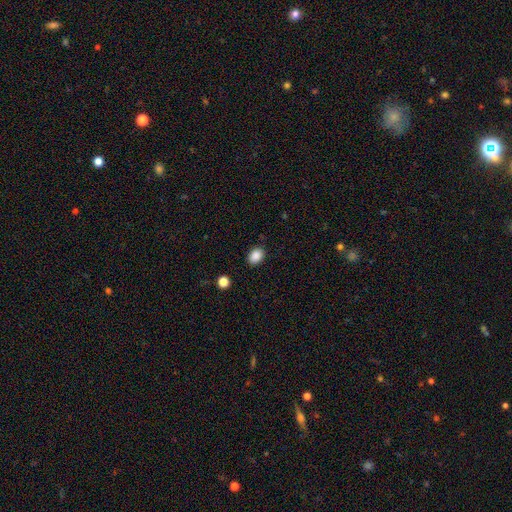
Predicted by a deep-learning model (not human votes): This is clearly a smooth galaxy (88%). How rounded: likely in between (72%). Merging: clearly none (87%).